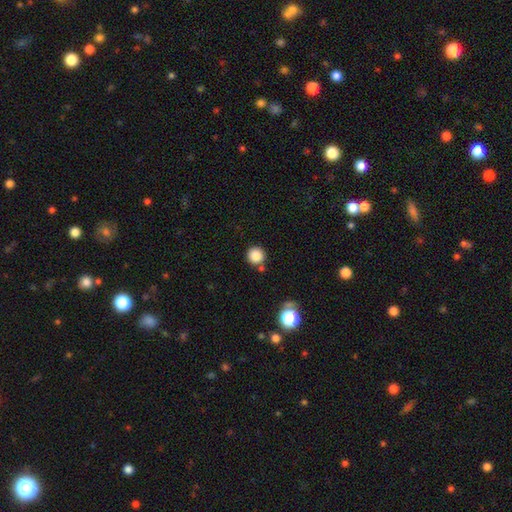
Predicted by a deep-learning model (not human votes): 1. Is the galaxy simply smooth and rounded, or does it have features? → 86% smooth, 10% star or artifact, 4% featured or disk.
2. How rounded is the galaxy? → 95% round, 4% in between, 1% cigar-shaped.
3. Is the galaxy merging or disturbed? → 81% none, 9% minor disturbance, 7% merger, 3% major disturbance.